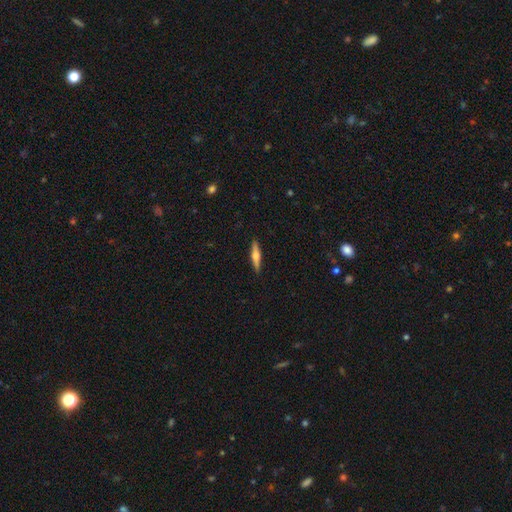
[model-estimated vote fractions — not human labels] featured or disk 54%, smooth 40%, star or artifact 6%. Down the decision tree: edge-on disk — yes (96%); edge-on bulge — rounded (91%); merging — none (90%).